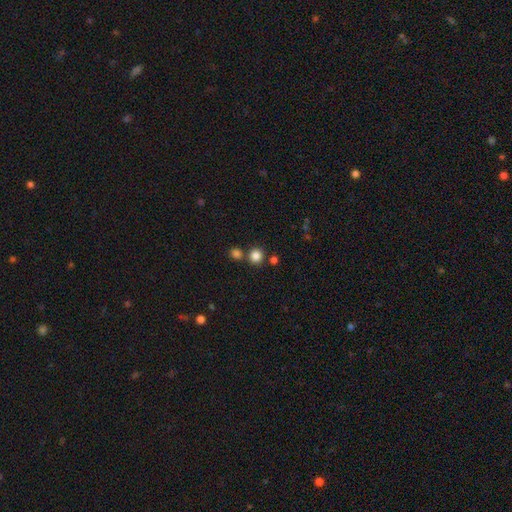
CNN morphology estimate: This is clearly a smooth galaxy (83%). How rounded: clearly round (91%). Merging: likely none (74%).